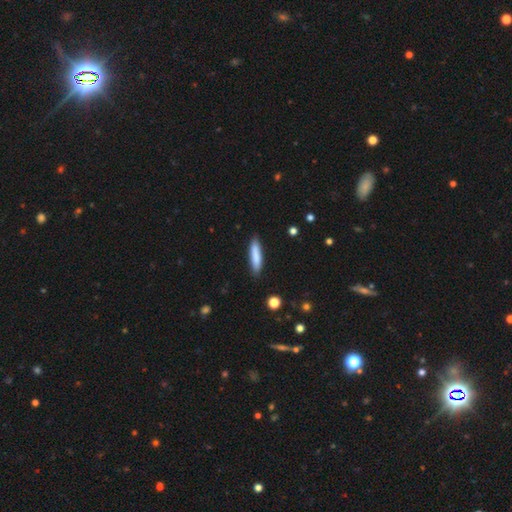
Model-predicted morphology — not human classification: This appears to be a smooth galaxy with no disk features (82%) that is cigar-shaped (83%). Merging: none (87%).